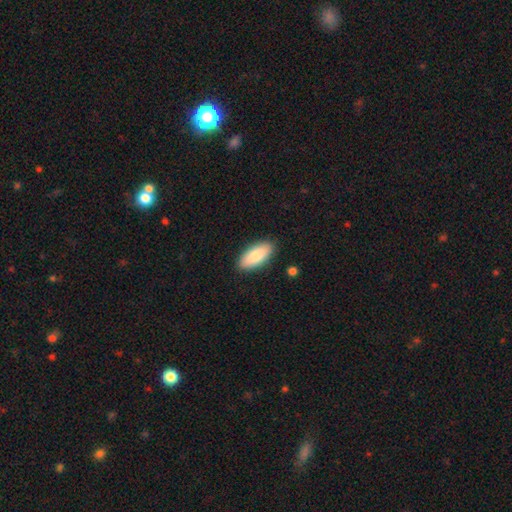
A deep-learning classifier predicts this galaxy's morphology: type=smooth (85%); roundness=in between (85%); merging=none (88%).